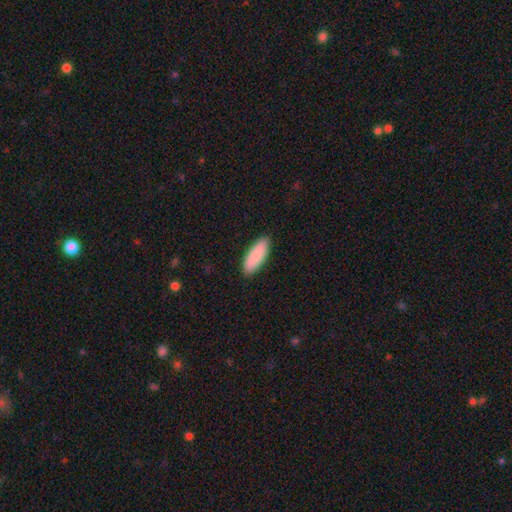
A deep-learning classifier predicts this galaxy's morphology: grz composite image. It shows a smooth galaxy with no disk features (89%) that is in between round and cigar-shaped (71%). Merging: none (89%).